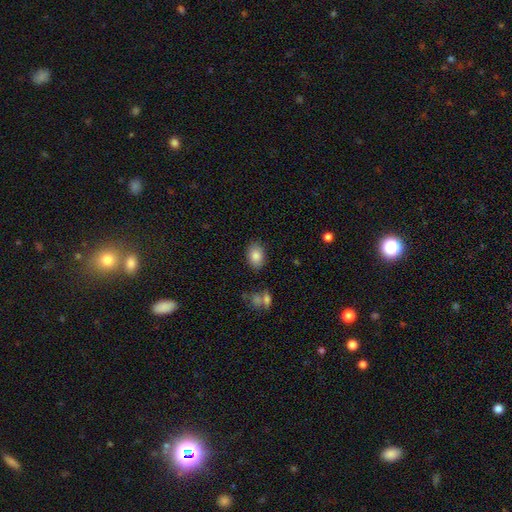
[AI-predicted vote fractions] Smooth or featured? Predicted: smooth (p=0.85). How rounded? Predicted: in between (p=0.78). Merging? Predicted: none (p=0.83).